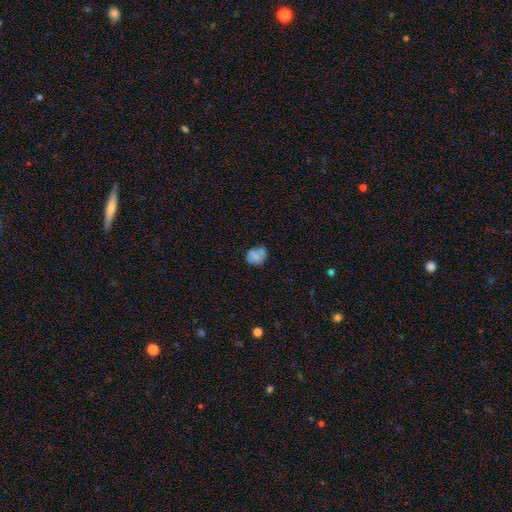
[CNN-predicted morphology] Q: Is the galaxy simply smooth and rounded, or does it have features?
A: smooth — 62%.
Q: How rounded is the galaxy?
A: round — 54%.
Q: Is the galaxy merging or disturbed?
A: none — 54%.